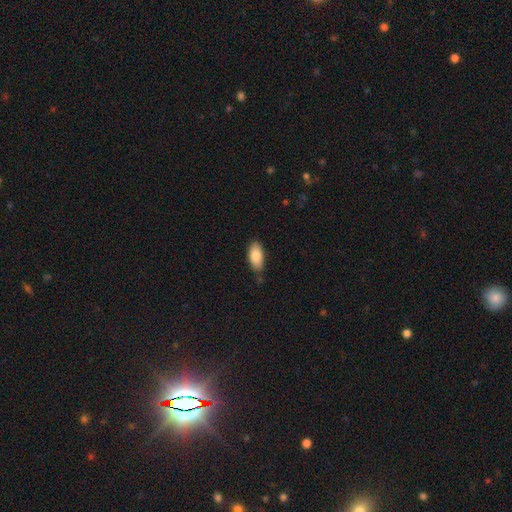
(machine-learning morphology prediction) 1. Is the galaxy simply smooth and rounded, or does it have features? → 84% smooth, 9% featured or disk, 7% star or artifact.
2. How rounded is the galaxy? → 90% in between, 7% cigar-shaped, 2% round.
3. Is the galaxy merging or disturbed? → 77% none, 18% minor disturbance, 3% major disturbance, 3% merger.